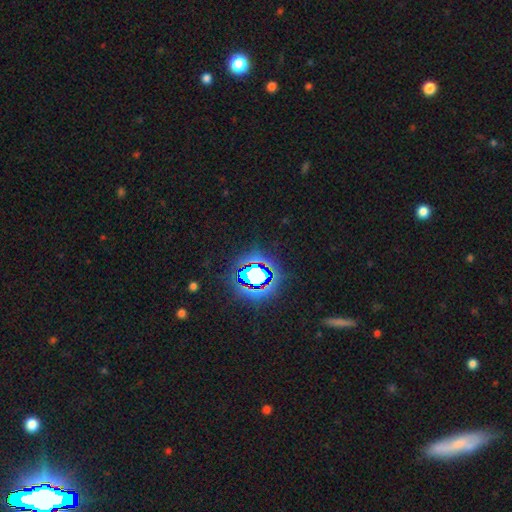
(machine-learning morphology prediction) type=star or artifact (84%).